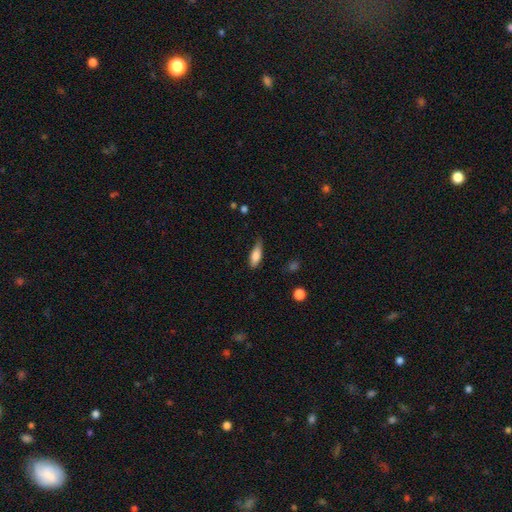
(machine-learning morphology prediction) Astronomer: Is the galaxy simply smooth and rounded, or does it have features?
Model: smooth — 79%.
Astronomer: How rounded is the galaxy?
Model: in between — 62%.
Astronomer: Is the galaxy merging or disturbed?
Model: none — 61%.